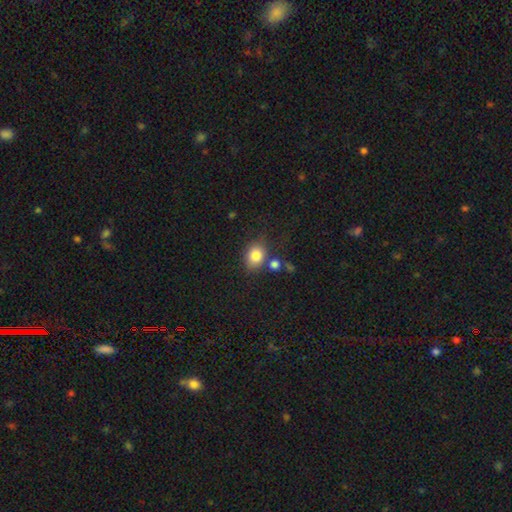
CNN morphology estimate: Overall: smooth (82%). How rounded: in between (50%; round 49%). Merging: none (68%).